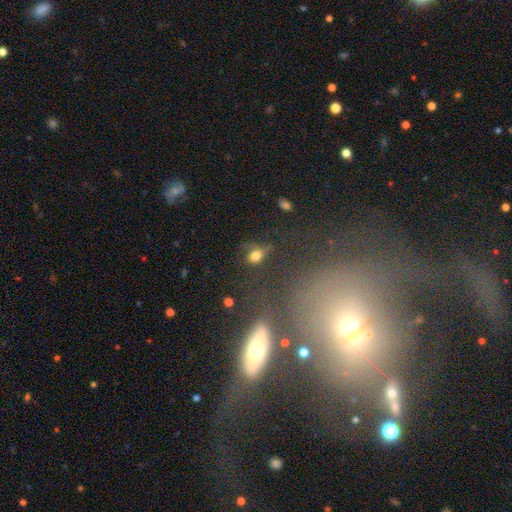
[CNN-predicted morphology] Smooth or featured? Predicted: smooth (p=0.65). How rounded? Predicted: round (p=0.49). Merging? Predicted: none (p=0.50).